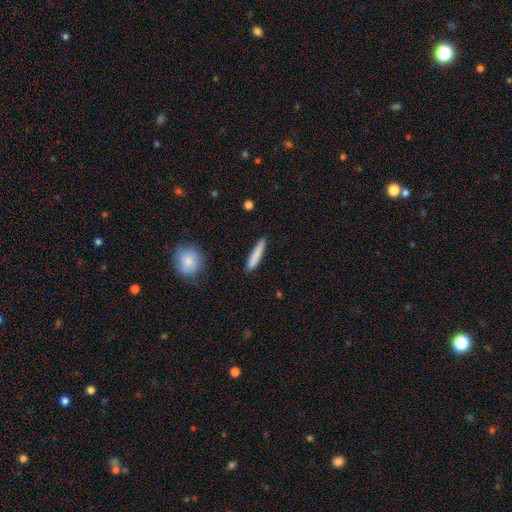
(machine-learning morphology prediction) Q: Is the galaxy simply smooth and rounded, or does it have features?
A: smooth — 82%.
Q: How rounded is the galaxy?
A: cigar-shaped — 91%.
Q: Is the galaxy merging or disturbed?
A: none — 88%.